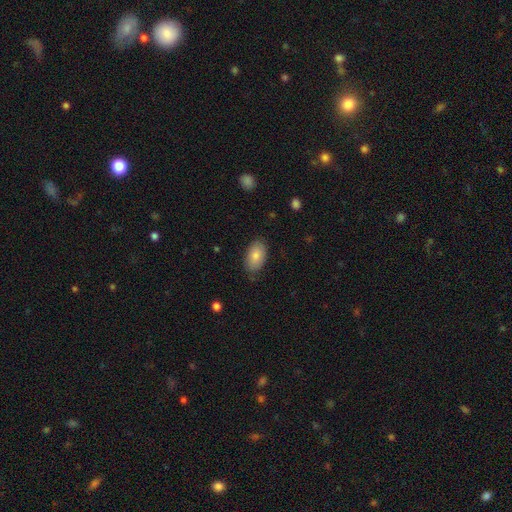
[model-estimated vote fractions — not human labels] A smooth galaxy with no disk features (82%) that is in between round and cigar-shaped (94%).

Vote fractions:
- Smooth or featured? smooth: 82% / featured or disk: 11% / star or artifact: 7%
- How rounded? in between: 94% / round: 5% / cigar-shaped: 2%
- Merging? none: 81% / minor disturbance: 15% / major disturbance: 3% / merger: 1%